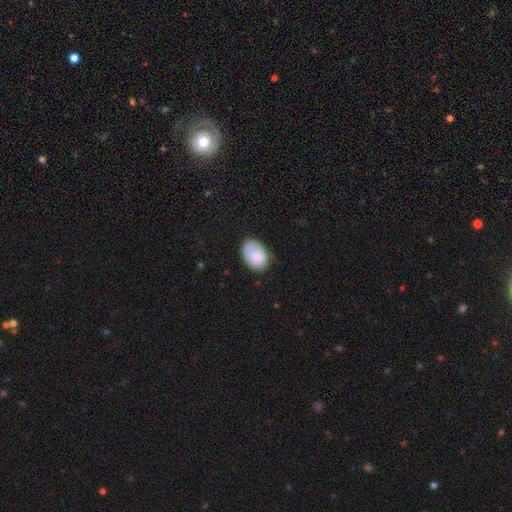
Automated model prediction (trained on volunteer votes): A smooth galaxy with no disk features (77%) that is in between round and cigar-shaped (85%).

Vote fractions:
- Smooth or featured? smooth: 77% / featured or disk: 17% / star or artifact: 7%
- How rounded? in between: 85% / round: 14% / cigar-shaped: 1%
- Merging? none: 59% / minor disturbance: 30% / major disturbance: 9% / merger: 2%